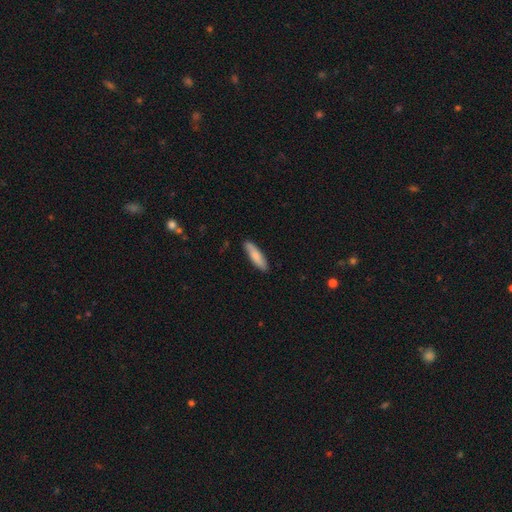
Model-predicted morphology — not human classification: Smooth or featured?
  - smooth: 79% *
  - featured or disk: 15%
  - star or artifact: 5%
How rounded?
  - cigar-shaped: 68% *
  - in between: 30%
  - round: 1%
Merging?
  - none: 84% *
  - minor disturbance: 13%
  - major disturbance: 2%
  - merger: 1%